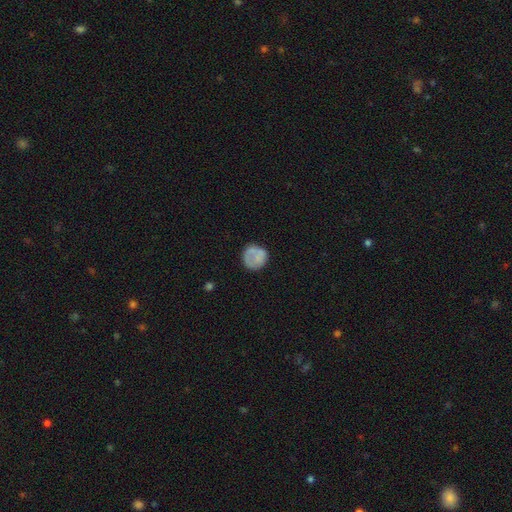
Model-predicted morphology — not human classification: Smooth or featured: smooth — 72% (featured or disk — 19%)
How rounded: round — 89% (in between — 10%)
Merging: none — 70% (minor disturbance — 19%)